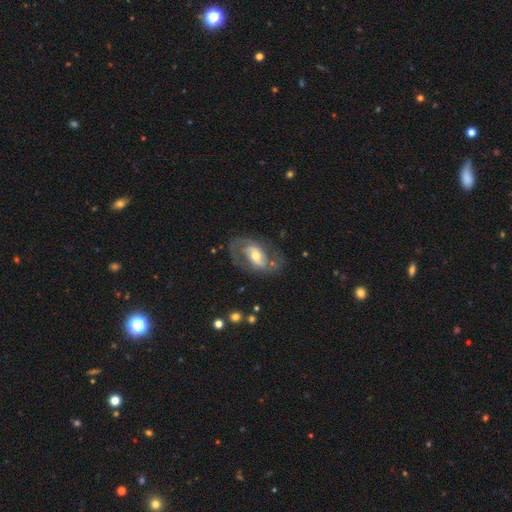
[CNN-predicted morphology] Smooth or featured? Predicted: featured or disk (p=0.80). Edge-on disk? Predicted: no (p=0.96). Bar? Predicted: weak (p=0.40). Spiral arms? Predicted: yes (p=0.87). Spiral winding? Predicted: medium (p=0.50). Spiral arm count? Predicted: 2 (p=0.82). Bulge size? Predicted: moderate (p=0.63). Merging? Predicted: none (p=0.64).